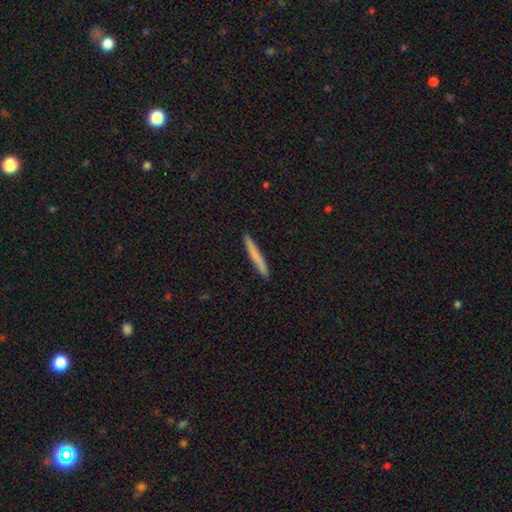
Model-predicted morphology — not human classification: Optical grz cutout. It shows a smooth galaxy with no disk features (72%) that is cigar-shaped (96%). Merging: none (92%).